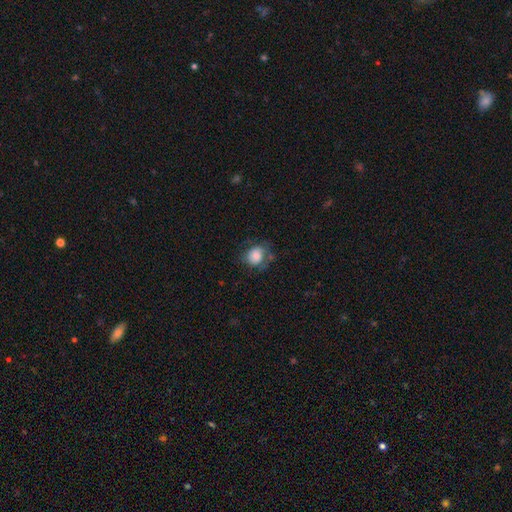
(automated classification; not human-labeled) Overall: smooth (75%). How rounded: round (62%; in between 37%). Merging: none (53%; minor disturbance 28%).